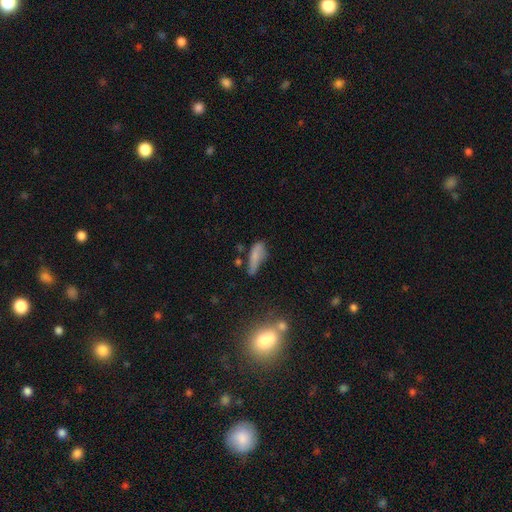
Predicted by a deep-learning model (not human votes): smooth_or_featured: smooth (p=0.70) [alt: featured or disk p=0.18]
how_rounded: in between (p=0.49) [alt: cigar-shaped p=0.48]
merging: none (p=0.39) [alt: minor disturbance p=0.33]